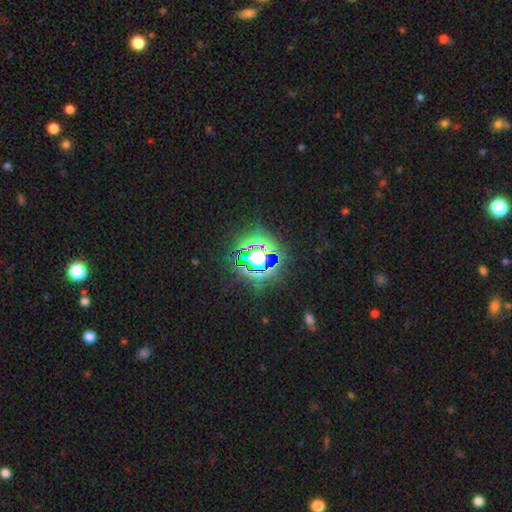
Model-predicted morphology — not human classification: A star or artifact, not a galaxy (71%).

Vote fractions:
- Smooth or featured? star or artifact: 71% / smooth: 17% / featured or disk: 12%